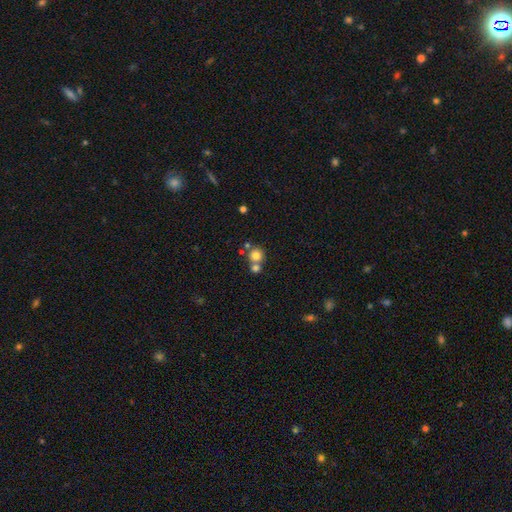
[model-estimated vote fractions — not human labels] Q: Smooth or featured?
A: smooth (79%); runner-up: star or artifact (12%)
Q: How rounded?
A: round (90%); runner-up: in between (9%)
Q: Merging?
A: none (53%); runner-up: merger (37%)